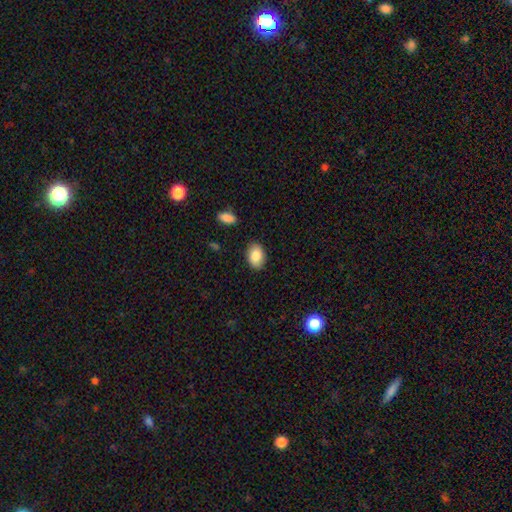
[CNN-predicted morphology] type=smooth (86%); roundness=in between (82%); merging=none (84%).